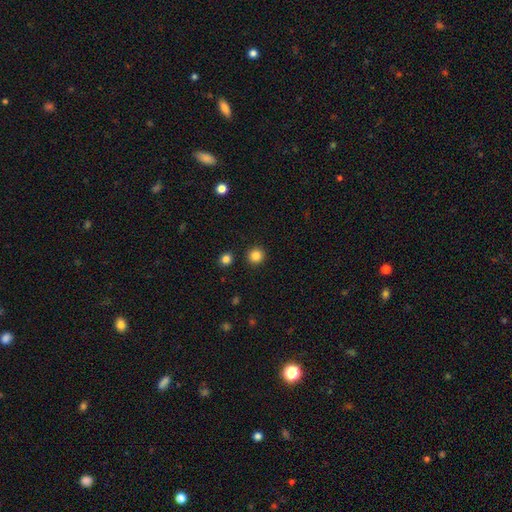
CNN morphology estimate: Q: Smooth or featured?
A: smooth (85%); runner-up: star or artifact (11%)
Q: How rounded?
A: round (94%); runner-up: in between (5%)
Q: Merging?
A: none (92%); runner-up: minor disturbance (4%)